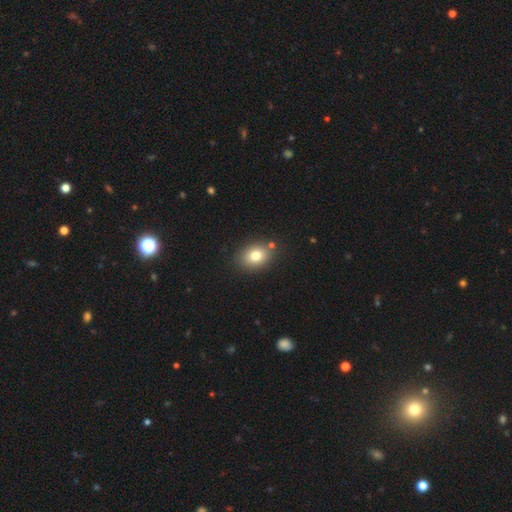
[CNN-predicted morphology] smooth-or-featured: smooth: 78% | featured or disk: 11% | star or artifact: 10%
  how-rounded: in between: 65% | round: 34% | cigar-shaped: 1%
  merging: none: 82% | minor disturbance: 10% | merger: 5% | major disturbance: 3%